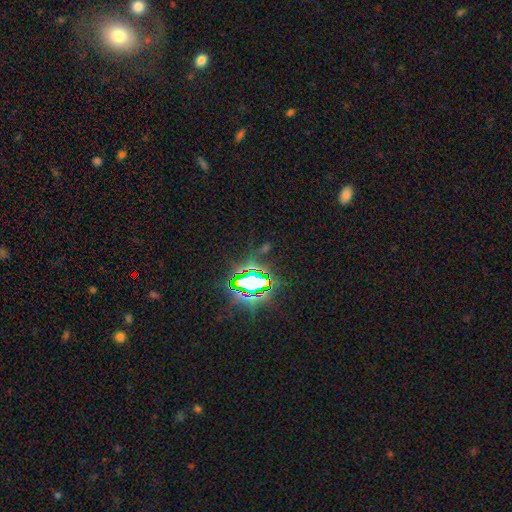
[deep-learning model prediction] A star or artifact, not a galaxy (83%).